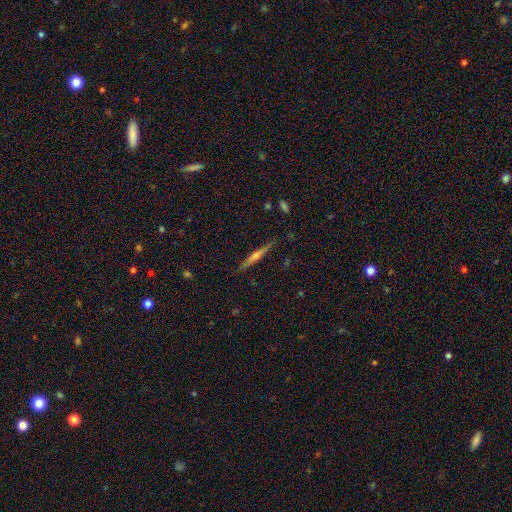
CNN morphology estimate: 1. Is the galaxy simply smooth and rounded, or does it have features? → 63% featured or disk, 30% smooth, 7% star or artifact.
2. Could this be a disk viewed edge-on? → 97% yes, 3% no.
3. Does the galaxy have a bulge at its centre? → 67% rounded, 22% none, 11% boxy.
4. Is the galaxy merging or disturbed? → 88% none, 9% minor disturbance, 2% major disturbance, 1% merger.